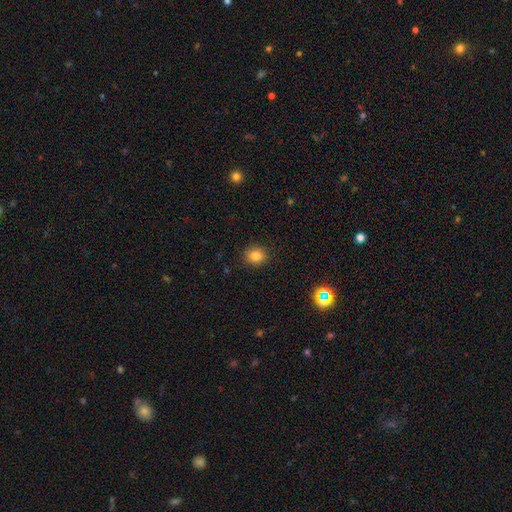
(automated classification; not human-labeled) Smooth or featured?
  - smooth: 82% *
  - star or artifact: 12%
  - featured or disk: 5%
How rounded?
  - round: 75% *
  - in between: 24%
  - cigar-shaped: 1%
Merging?
  - none: 89% *
  - minor disturbance: 7%
  - major disturbance: 2%
  - merger: 1%